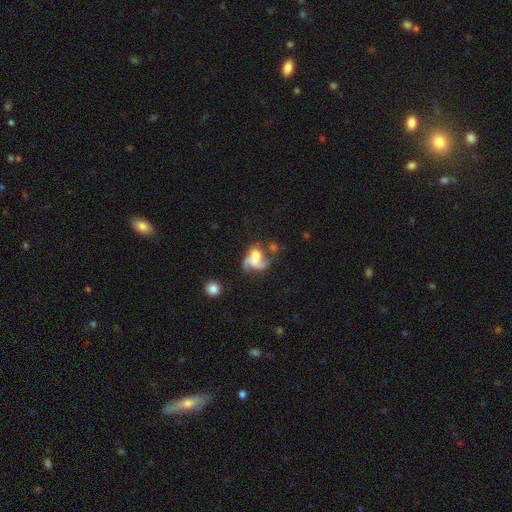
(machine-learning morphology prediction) smooth_or_featured: featured or disk (p=0.57) [alt: smooth p=0.32]
disk_edge_on: no (p=0.97) [alt: yes p=0.03]
bar: no (p=0.71) [alt: weak p=0.23]
has_spiral_arms: yes (p=0.72) [alt: no p=0.28]
bulge_size: moderate (p=0.37) [alt: small p=0.24]
merging: major disturbance (p=0.33) [alt: none p=0.27]